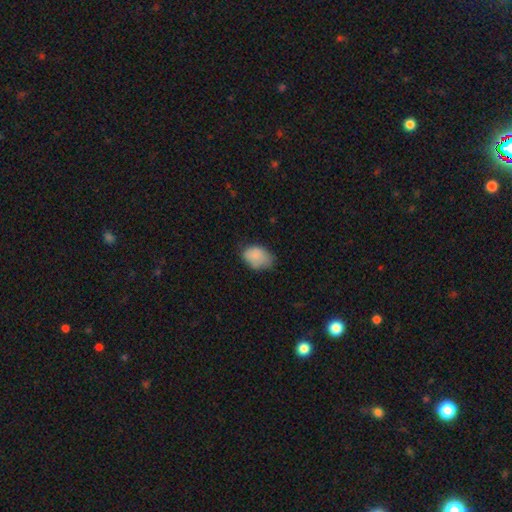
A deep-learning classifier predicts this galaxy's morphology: Smooth or featured?
  - smooth: 83% *
  - featured or disk: 9%
  - star or artifact: 8%
How rounded?
  - in between: 79% *
  - round: 20%
  - cigar-shaped: 1%
Merging?
  - none: 48% *
  - minor disturbance: 40%
  - major disturbance: 11%
  - merger: 2%